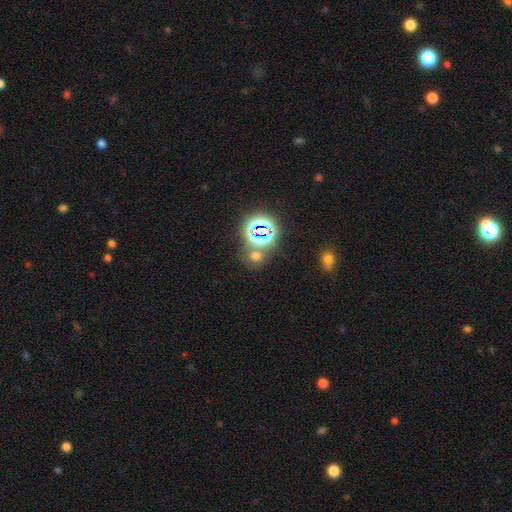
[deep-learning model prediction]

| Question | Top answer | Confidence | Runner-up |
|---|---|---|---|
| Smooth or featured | star or artifact | 49% | smooth (42%) |